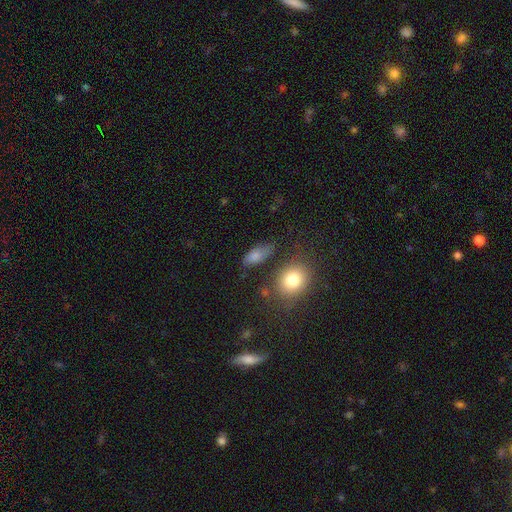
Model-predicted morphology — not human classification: The model was most divided on "merging": none: 66%, minor disturbance: 21%, major disturbance: 8%, merger: 5%. More confident: how rounded — in between (79%); smooth or featured — smooth (77%).